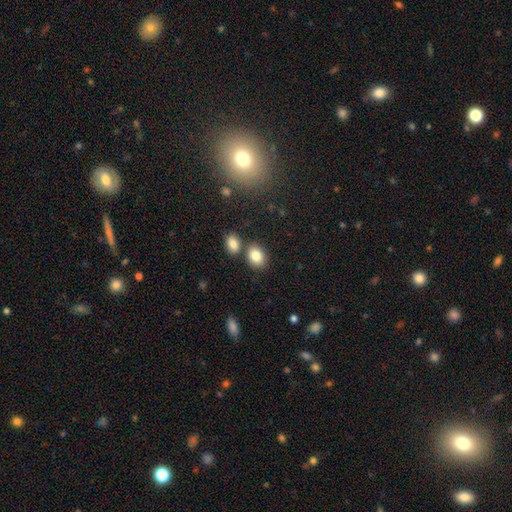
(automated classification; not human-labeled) The model was most divided on "how rounded": in between: 61%, round: 38%, cigar-shaped: 1%. More confident: smooth or featured — smooth (84%); merging — none (68%).